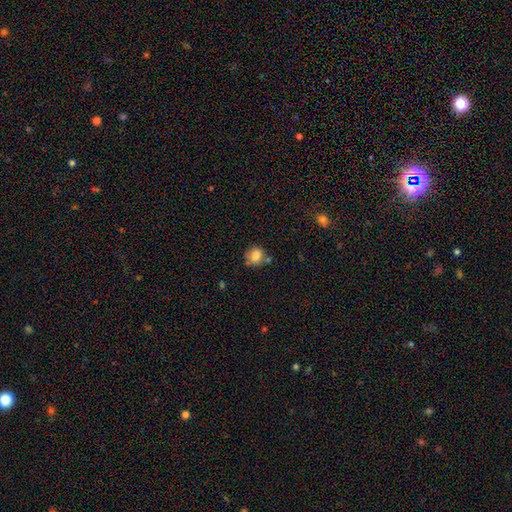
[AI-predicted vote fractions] This is clearly a smooth galaxy (81%). How rounded: likely round (69%). Merging: likely none (63%).